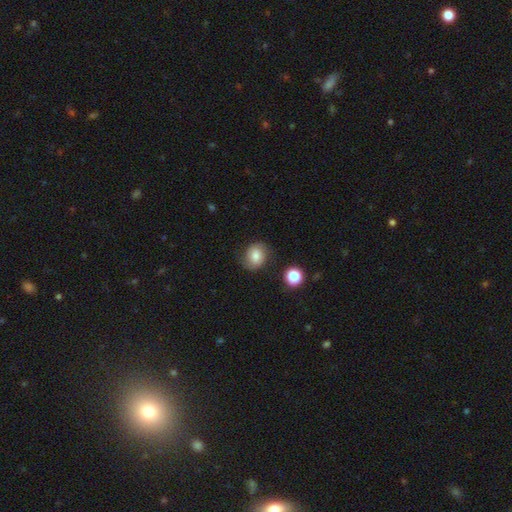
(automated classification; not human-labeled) smooth_or_featured: smooth (p=0.74) [alt: featured or disk p=0.16]
how_rounded: round (p=0.66) [alt: in between p=0.33]
merging: none (p=0.77) [alt: minor disturbance p=0.16]